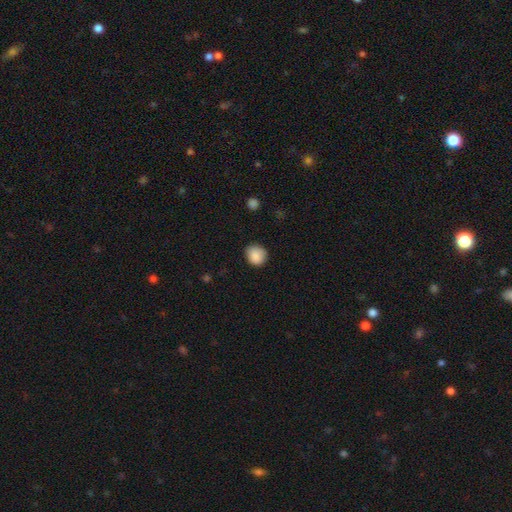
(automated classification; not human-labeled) Overall: smooth (88%). How rounded: round (76%). Merging: none (78%).